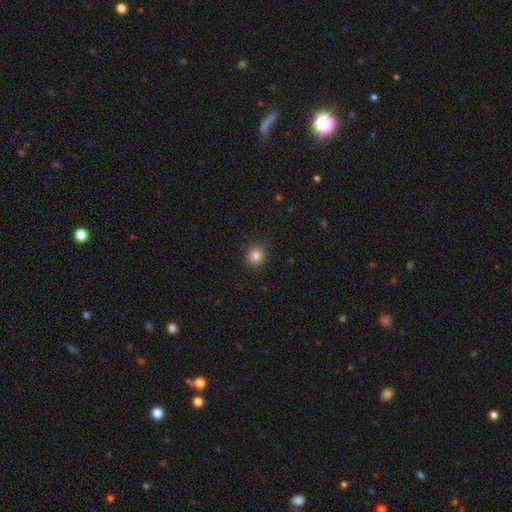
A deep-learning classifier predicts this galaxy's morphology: Smooth or featured: smooth — 84% (star or artifact — 12%)
How rounded: round — 89% (in between — 10%)
Merging: none — 91% (minor disturbance — 6%)